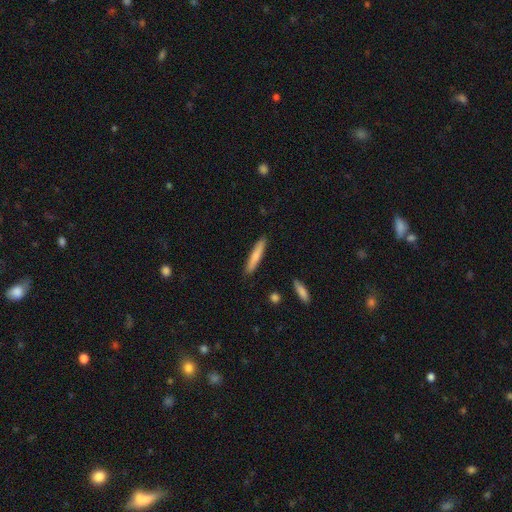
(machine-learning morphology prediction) Q: Smooth or featured?
A: smooth (73%); runner-up: featured or disk (22%)
Q: How rounded?
A: cigar-shaped (91%); runner-up: in between (7%)
Q: Merging?
A: none (90%); runner-up: minor disturbance (7%)